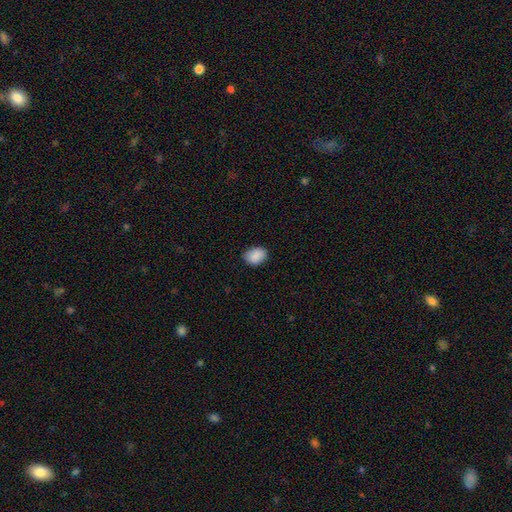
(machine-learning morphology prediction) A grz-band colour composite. It shows a smooth galaxy with no disk features (88%) that is in between round and cigar-shaped (73%). Merging: none (80%).